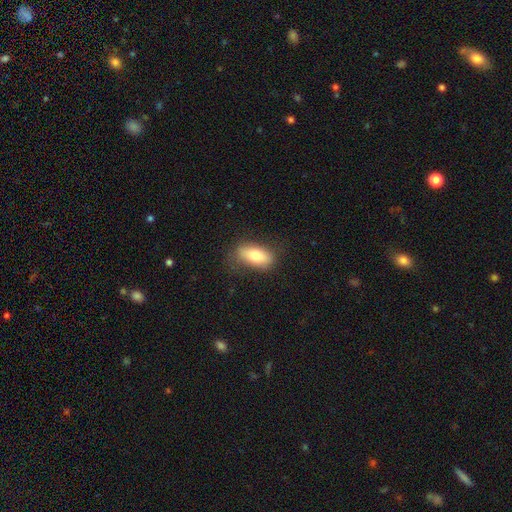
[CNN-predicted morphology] type=smooth (76%); roundness=in between (85%); merging=none (75%).